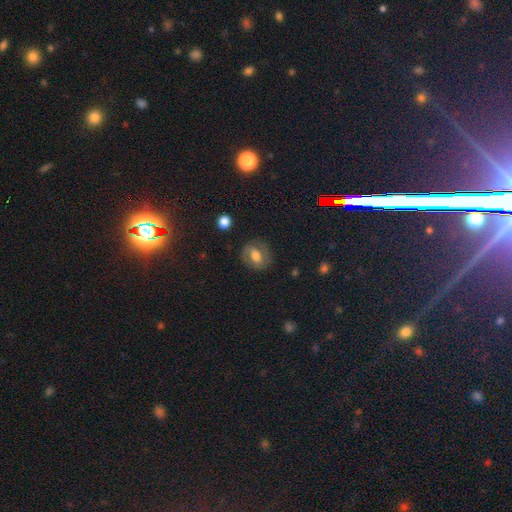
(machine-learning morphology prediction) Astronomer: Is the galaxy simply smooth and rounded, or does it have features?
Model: smooth — 51% (runner-up: featured or disk, 39%).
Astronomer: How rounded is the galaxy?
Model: in between — 55% (runner-up: round, 43%).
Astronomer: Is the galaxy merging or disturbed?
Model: none — 74%.